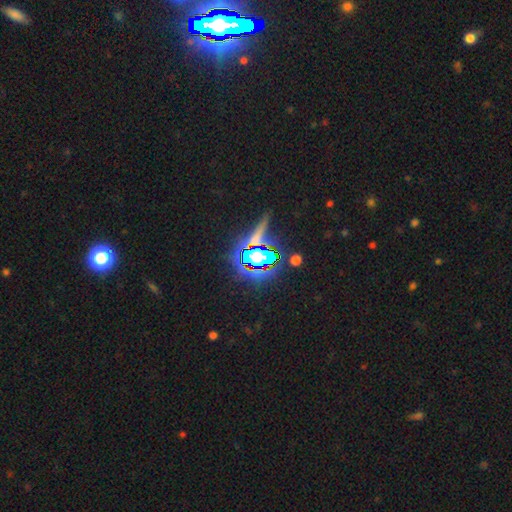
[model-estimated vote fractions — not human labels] The model was most divided on "smooth or featured": star or artifact: 66%, smooth: 20%, featured or disk: 14%.